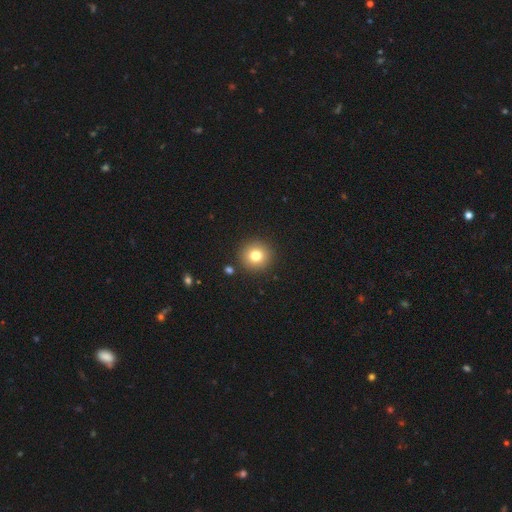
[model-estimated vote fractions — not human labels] smooth 78%, star or artifact 12%, featured or disk 10%. Down the decision tree: how rounded — round (94%); merging — none (90%).